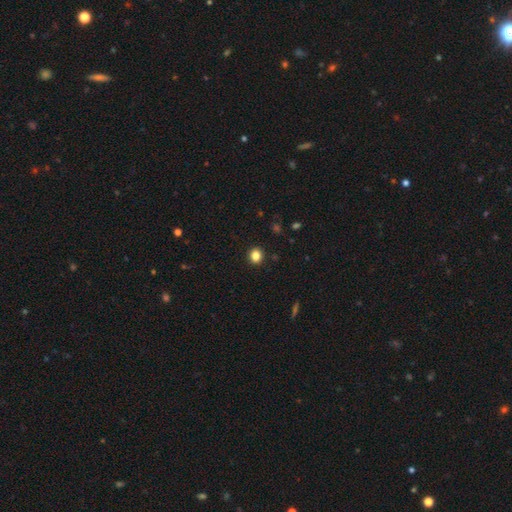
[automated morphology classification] Q: Smooth or featured?
A: smooth (84%); runner-up: star or artifact (12%)
Q: How rounded?
A: round (81%); runner-up: in between (18%)
Q: Merging?
A: none (92%); runner-up: minor disturbance (5%)